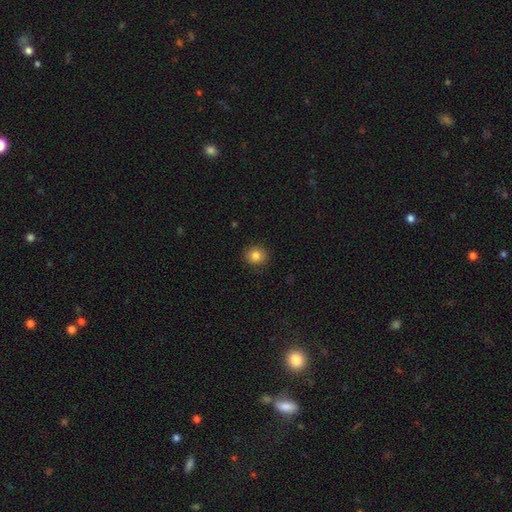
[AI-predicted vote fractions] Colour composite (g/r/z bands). It shows a smooth galaxy with no disk features (83%) that is round (84%). Merging: none (90%).